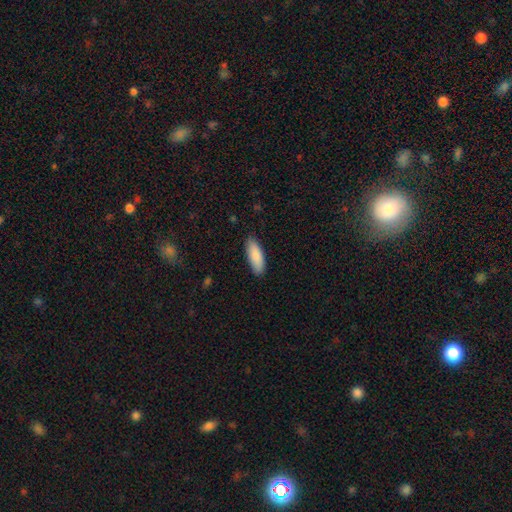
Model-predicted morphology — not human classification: smooth-or-featured: smooth: 88% | featured or disk: 6% | star or artifact: 5%
  how-rounded: in between: 65% | cigar-shaped: 33% | round: 2%
  merging: none: 87% | minor disturbance: 10% | major disturbance: 2% | merger: 1%